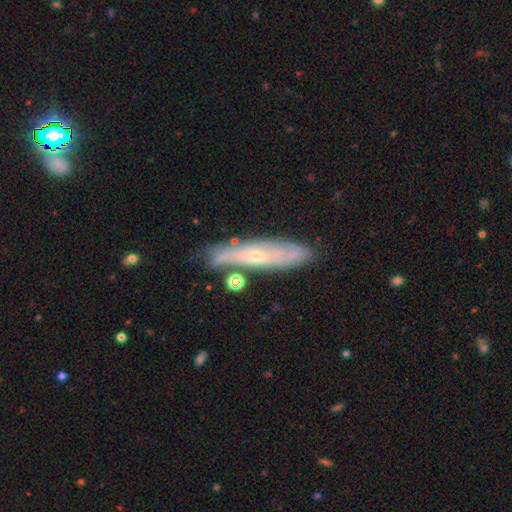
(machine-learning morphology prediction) Smooth or featured? featured or disk (64%)
Edge-on disk? no (54%)
Merging? none (67%)